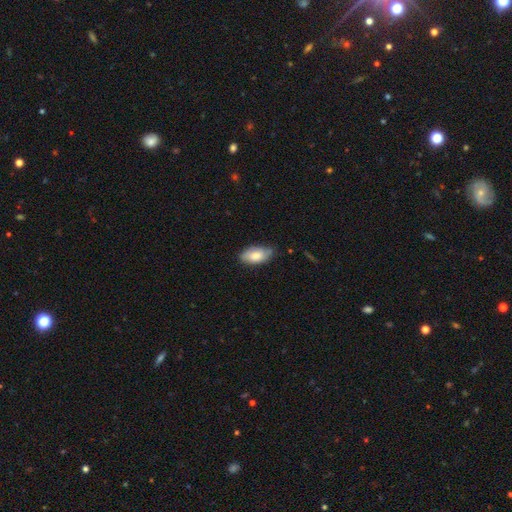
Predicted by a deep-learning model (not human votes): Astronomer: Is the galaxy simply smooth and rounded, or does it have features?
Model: smooth — 76%.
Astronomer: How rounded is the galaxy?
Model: in between — 93%.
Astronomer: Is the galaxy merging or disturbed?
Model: none — 68%.